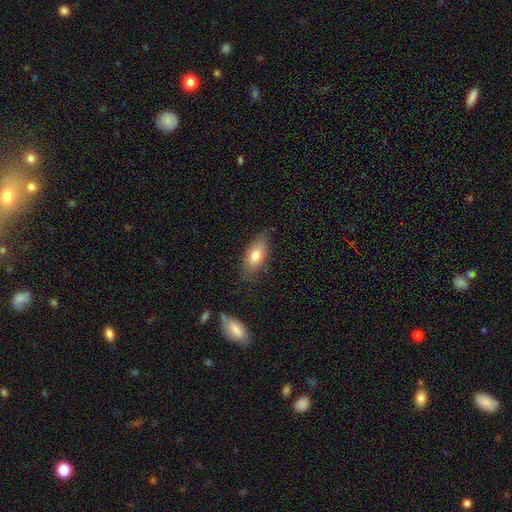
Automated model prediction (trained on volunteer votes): The model was most divided on "merging": none: 76%, minor disturbance: 19%, major disturbance: 4%, merger: 2%. More confident: how rounded — in between (85%); smooth or featured — smooth (75%).